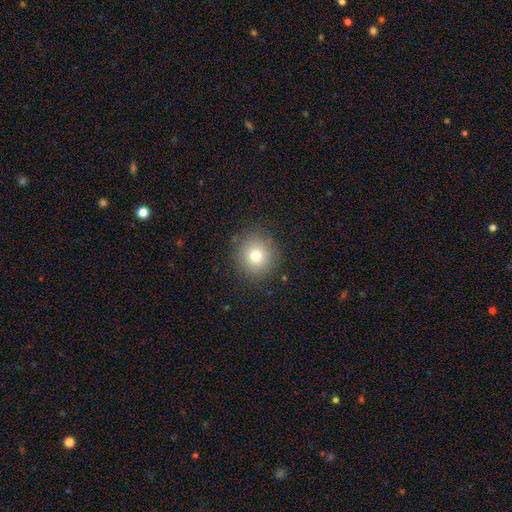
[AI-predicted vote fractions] This appears to be a smooth galaxy with no disk features (75%) that is round (93%). Merging: none (88%).